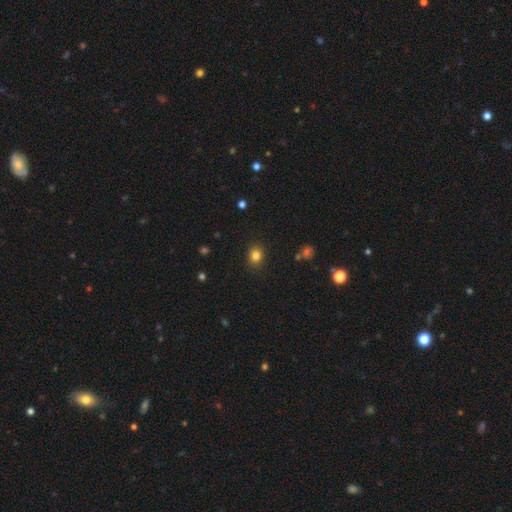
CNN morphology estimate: Q: Smooth or featured?
A: smooth (82%); runner-up: star or artifact (12%)
Q: How rounded?
A: round (62%); runner-up: in between (38%)
Q: Merging?
A: none (88%); runner-up: minor disturbance (8%)